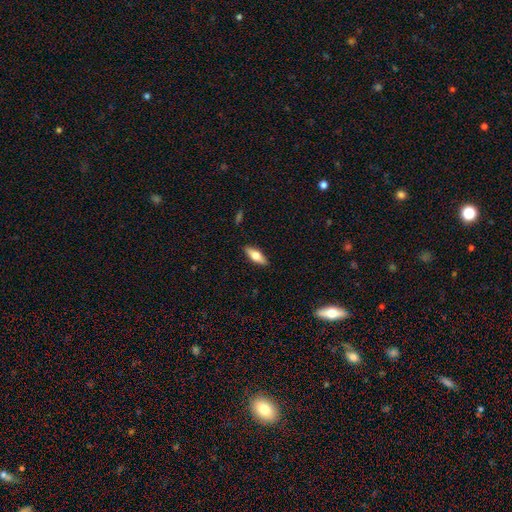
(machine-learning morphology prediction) smooth 55%, featured or disk 39%, star or artifact 6%. Down the decision tree: how rounded — in between (58%); merging — none (89%).